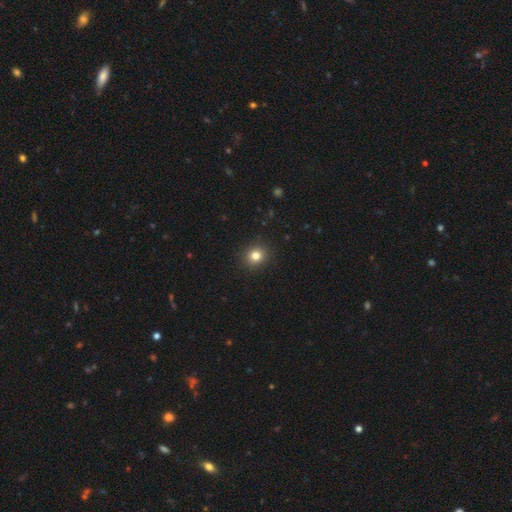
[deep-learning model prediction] This appears to be a smooth galaxy with no disk features (82%) that is round (84%). Merging: none (91%).